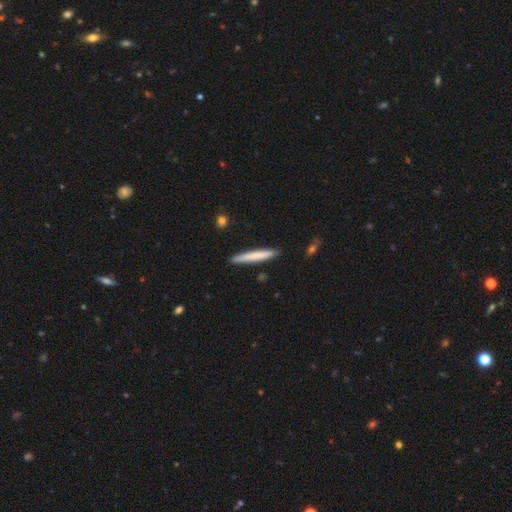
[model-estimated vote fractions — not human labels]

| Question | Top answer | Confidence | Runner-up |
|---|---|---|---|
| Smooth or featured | smooth | 71% | featured or disk (24%) |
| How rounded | cigar-shaped | 96% | in between (3%) |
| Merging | none | 89% | minor disturbance (8%) |